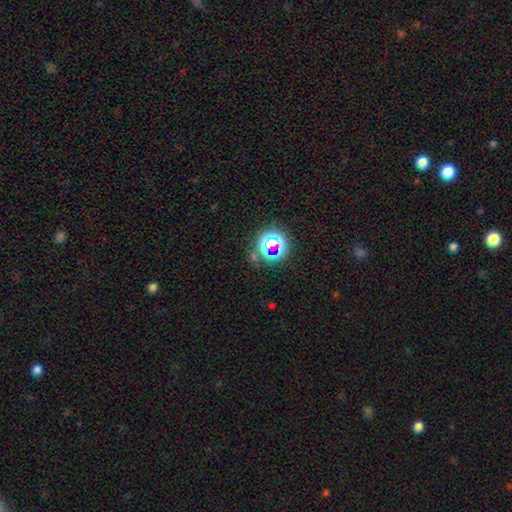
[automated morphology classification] A star or artifact, not a galaxy (72%).

Vote fractions:
- Smooth or featured? star or artifact: 72% / smooth: 19% / featured or disk: 10%